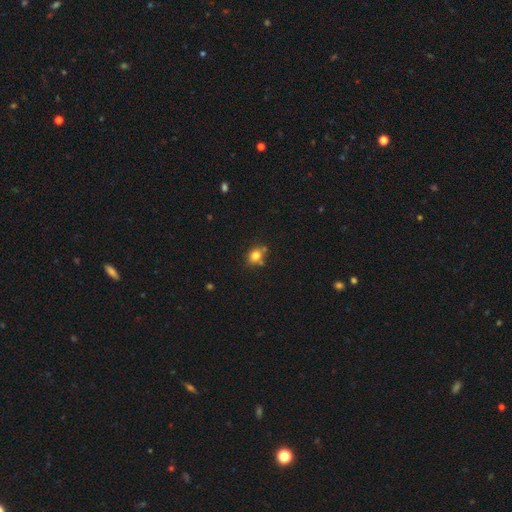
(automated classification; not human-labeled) Q: Smooth or featured?
A: smooth (77%); runner-up: star or artifact (12%)
Q: How rounded?
A: round (56%); runner-up: in between (43%)
Q: Merging?
A: none (64%); runner-up: minor disturbance (18%)